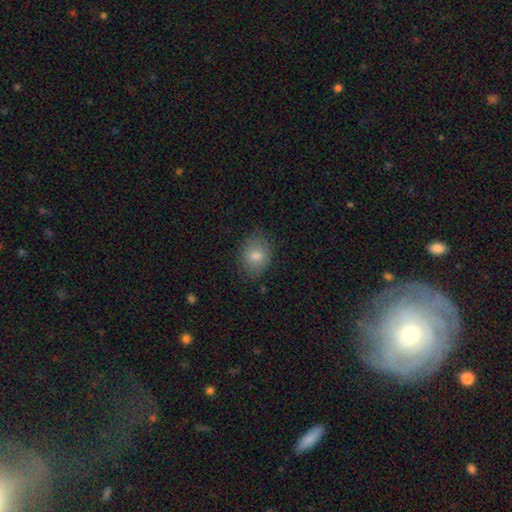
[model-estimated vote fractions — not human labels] Smooth or featured: smooth — 80% (featured or disk — 11%)
How rounded: in between — 58% (round — 41%)
Merging: none — 80% (minor disturbance — 15%)